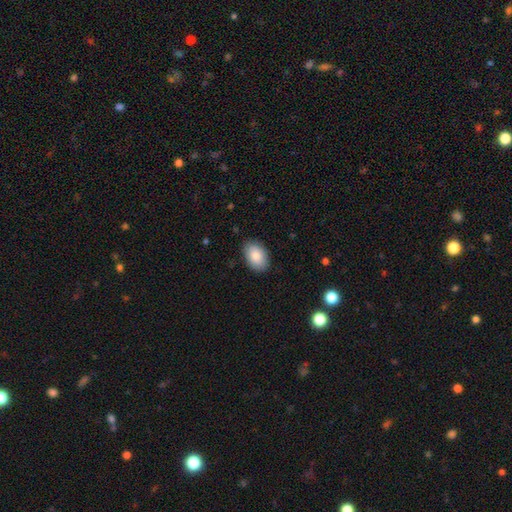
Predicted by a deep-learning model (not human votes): This appears to be a smooth galaxy with no disk features (87%) that is in between round and cigar-shaped (89%). Merging: none (85%).